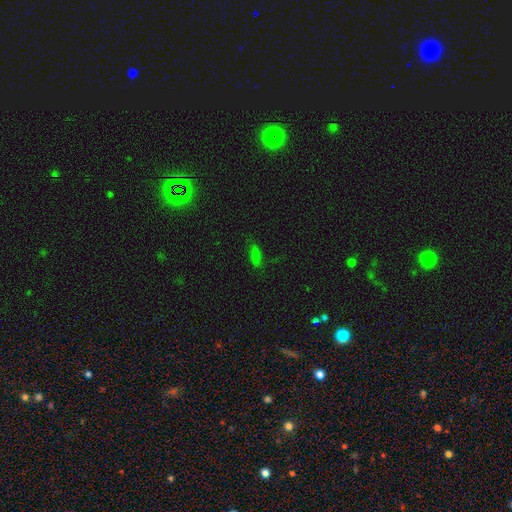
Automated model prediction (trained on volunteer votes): This is likely a smooth galaxy (74%). How rounded: likely in between (62%). Merging: likely none (71%).